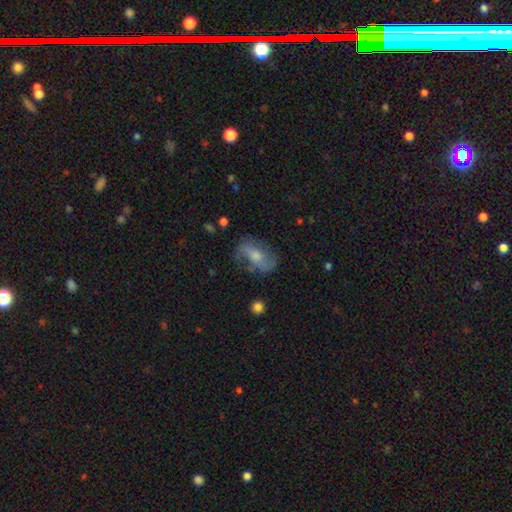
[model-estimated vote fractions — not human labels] featured or disk 64%, smooth 26%, star or artifact 10%. Down the decision tree: edge-on disk — no (92%); bar — no (42%); spiral arms — yes (82%); bulge size — moderate (54%); merging — none (69%).